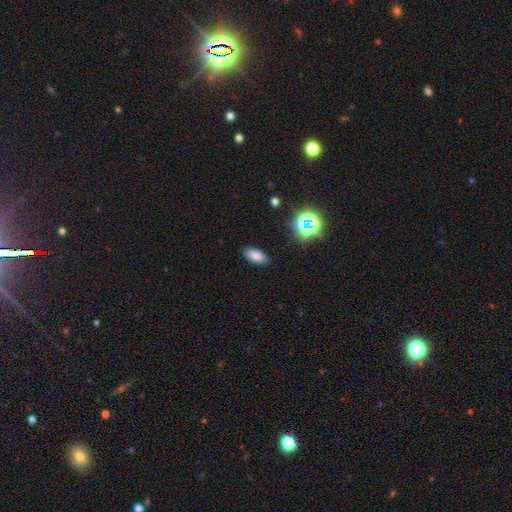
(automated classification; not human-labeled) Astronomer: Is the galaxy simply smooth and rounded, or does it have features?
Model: smooth — 80%.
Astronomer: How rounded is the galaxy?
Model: in between — 89%.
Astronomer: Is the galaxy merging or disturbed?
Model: none — 86%.